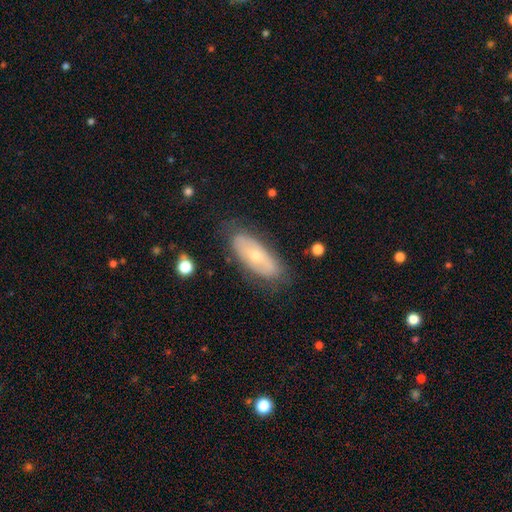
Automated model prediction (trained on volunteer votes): Q: Smooth or featured?
A: featured or disk (52%); runner-up: smooth (42%)
Q: Edge-on disk?
A: no (80%); runner-up: yes (20%)
Q: Merging?
A: none (77%); runner-up: minor disturbance (17%)